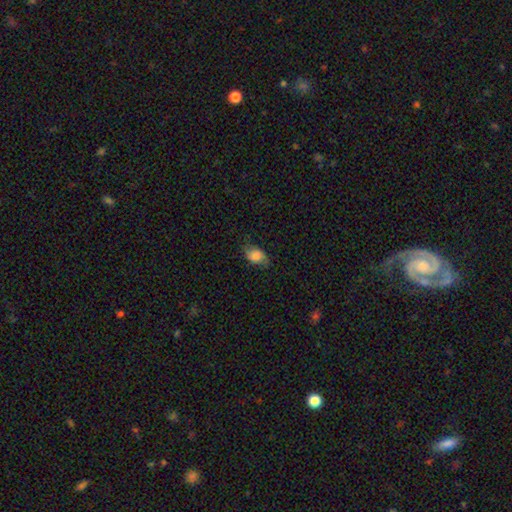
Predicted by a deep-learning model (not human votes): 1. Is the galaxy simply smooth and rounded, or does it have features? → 77% smooth, 15% featured or disk, 8% star or artifact.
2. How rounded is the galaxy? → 83% in between, 15% round, 2% cigar-shaped.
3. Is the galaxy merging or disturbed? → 70% none, 22% minor disturbance, 7% major disturbance, 1% merger.